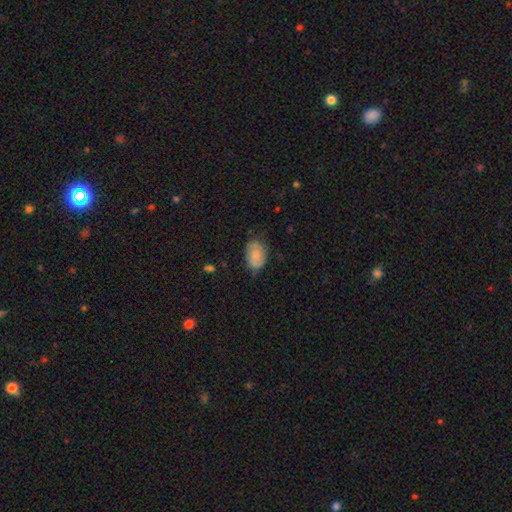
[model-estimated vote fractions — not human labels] Smooth or featured?
  - smooth: 57% *
  - featured or disk: 35%
  - star or artifact: 8%
How rounded?
  - in between: 83% *
  - round: 15%
  - cigar-shaped: 1%
Merging?
  - none: 68% *
  - minor disturbance: 25%
  - major disturbance: 6%
  - merger: 1%